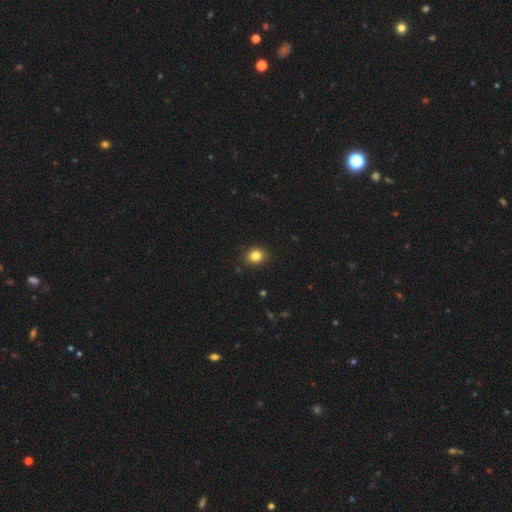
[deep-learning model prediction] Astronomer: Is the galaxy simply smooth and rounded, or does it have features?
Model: smooth — 83%.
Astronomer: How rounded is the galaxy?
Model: round — 62%.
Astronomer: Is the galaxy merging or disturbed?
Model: none — 89%.